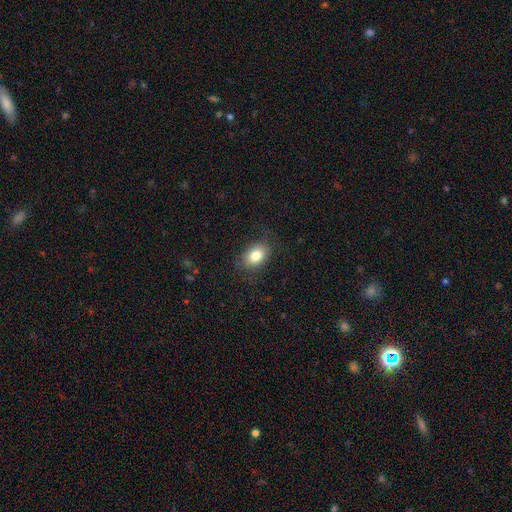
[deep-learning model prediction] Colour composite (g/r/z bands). It shows a smooth galaxy with no disk features (81%) that is in between round and cigar-shaped (74%). Merging: none (81%).